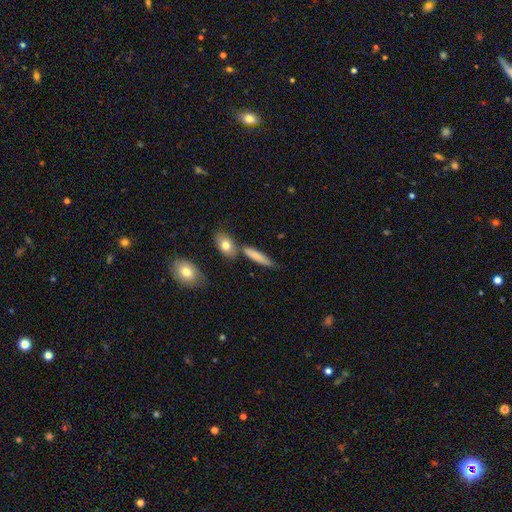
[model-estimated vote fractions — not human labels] smooth-or-featured: smooth: 77% | featured or disk: 17% | star or artifact: 7%
  how-rounded: cigar-shaped: 69% | in between: 27% | round: 3%
  merging: none: 64% | merger: 16% | minor disturbance: 16% | major disturbance: 4%